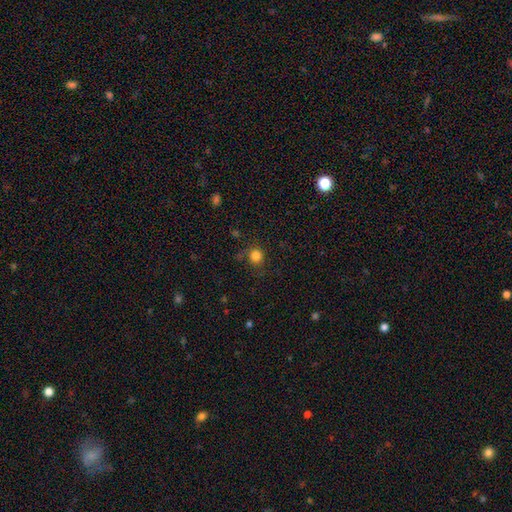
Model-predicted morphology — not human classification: Smooth or featured? Predicted: smooth (p=0.83). How rounded? Predicted: round (p=0.90). Merging? Predicted: none (p=0.80).